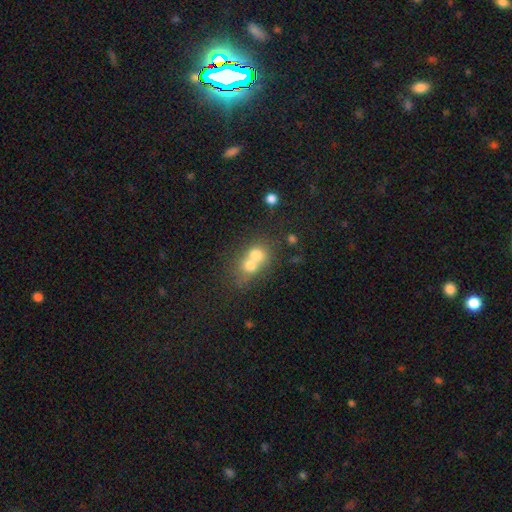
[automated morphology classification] A smooth galaxy with no disk features (69%) that is round (70%). Merging: merger (71%).